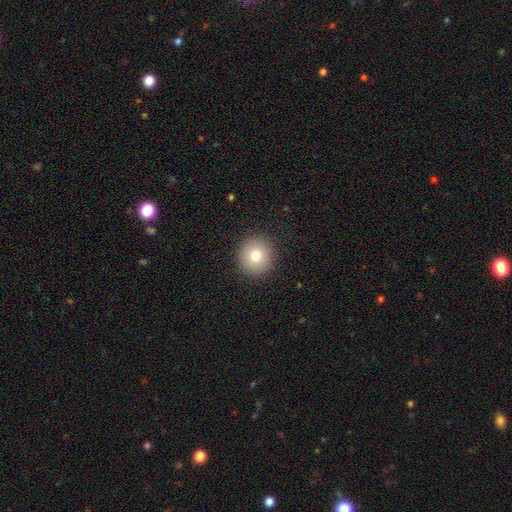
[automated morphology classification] smooth 78%, featured or disk 11%, star or artifact 11%. Down the decision tree: how rounded — round (94%); merging — none (92%).